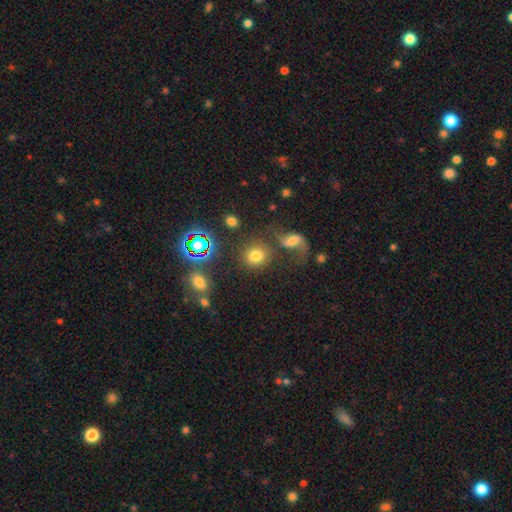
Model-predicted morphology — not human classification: Q: Smooth or featured?
A: smooth (72%); runner-up: star or artifact (15%)
Q: How rounded?
A: round (78%); runner-up: in between (21%)
Q: Merging?
A: none (71%); runner-up: merger (11%)